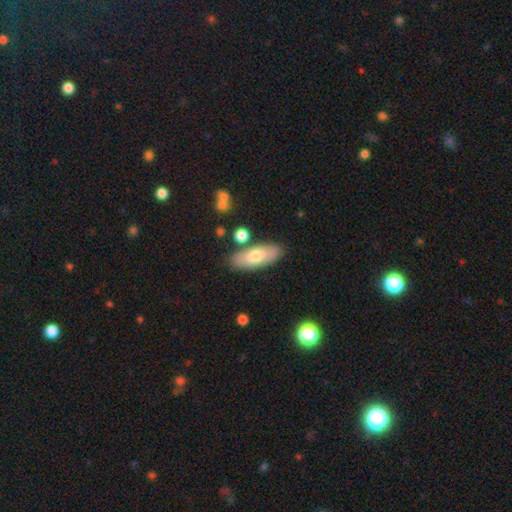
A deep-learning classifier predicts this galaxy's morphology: Smooth or featured?
  - smooth: 68% *
  - featured or disk: 26%
  - star or artifact: 6%
How rounded?
  - in between: 79% *
  - cigar-shaped: 19%
  - round: 2%
Merging?
  - none: 79% *
  - minor disturbance: 12%
  - merger: 6%
  - major disturbance: 3%